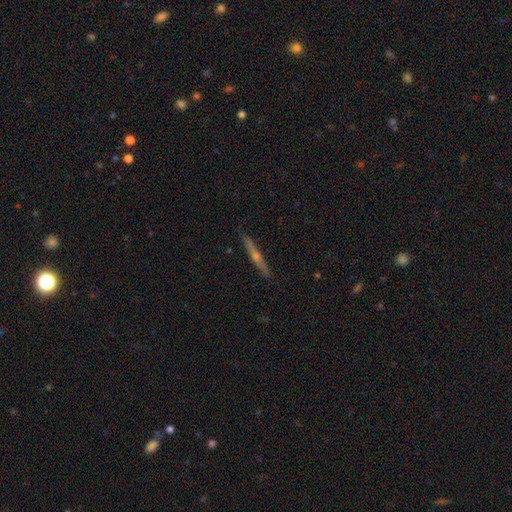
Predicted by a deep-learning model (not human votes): Smooth or featured? featured or disk (71%)
Edge-on disk? yes (97%)
Edge-on bulge? rounded (83%)
Merging? none (90%)